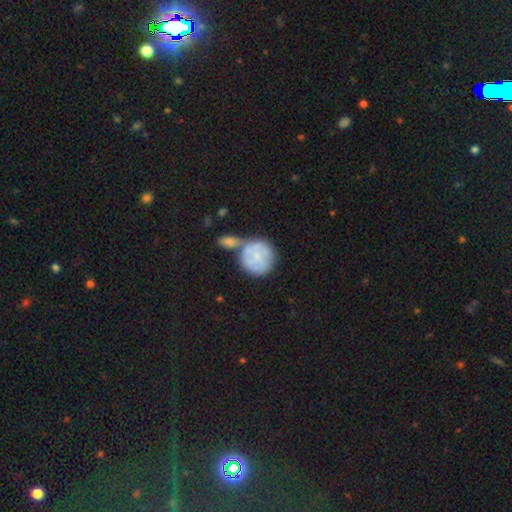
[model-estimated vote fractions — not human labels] This is possibly a smooth galaxy (59%). How rounded: clearly round (89%). Merging: marginally merger (38%).